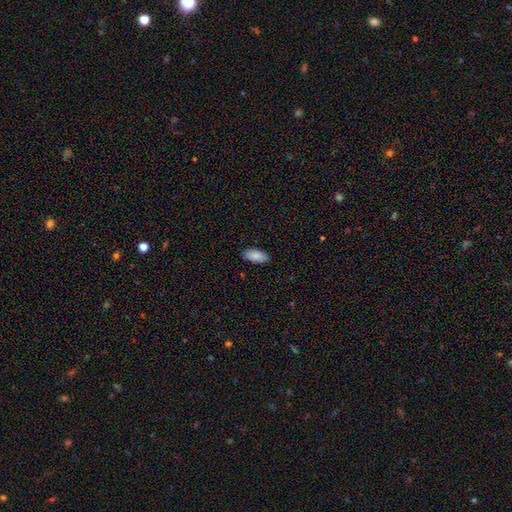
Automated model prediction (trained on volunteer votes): Smooth or featured? smooth (88%)
How rounded? in between (91%)
Merging? none (87%)